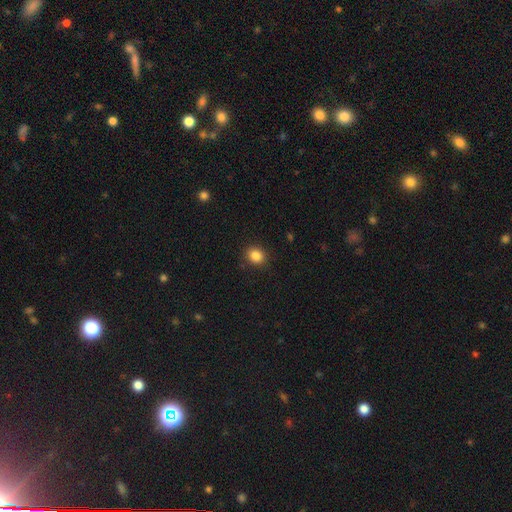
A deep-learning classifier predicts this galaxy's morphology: type=smooth (86%); roundness=round (75%); merging=none (89%).